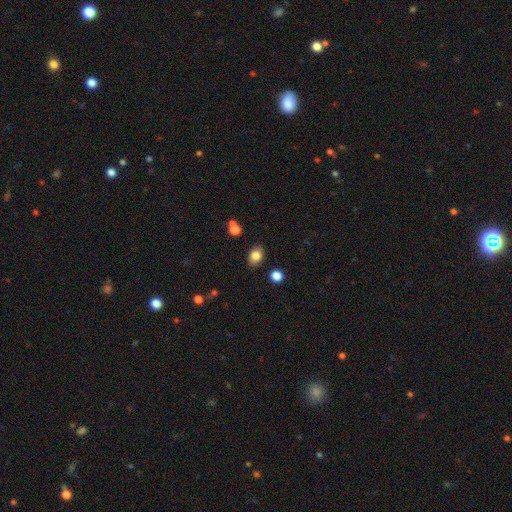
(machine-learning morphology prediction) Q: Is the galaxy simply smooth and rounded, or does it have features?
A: smooth — 81%.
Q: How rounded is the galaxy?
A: in between — 71%.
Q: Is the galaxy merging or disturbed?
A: none — 85%.